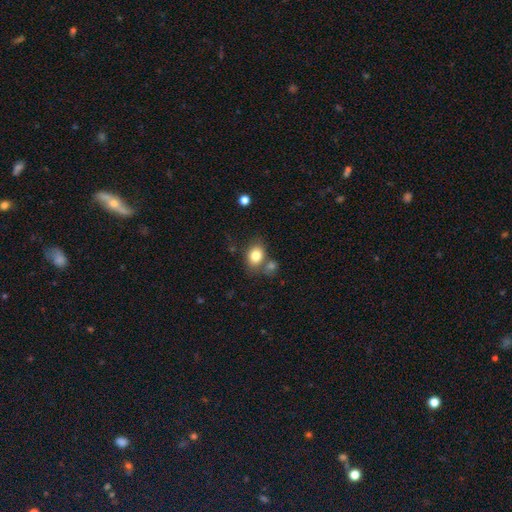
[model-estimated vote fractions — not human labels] smooth_or_featured: smooth (p=0.81) [alt: featured or disk p=0.10]
how_rounded: in between (p=0.63) [alt: round p=0.36]
merging: none (p=0.63) [alt: merger p=0.18]